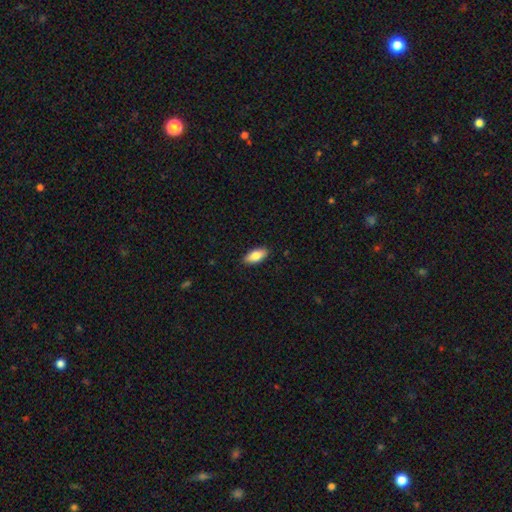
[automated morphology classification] A smooth galaxy with no disk features (83%) that is in between round and cigar-shaped (88%).

Vote fractions:
- Smooth or featured? smooth: 83% / featured or disk: 10% / star or artifact: 6%
- How rounded? in between: 88% / cigar-shaped: 10% / round: 2%
- Merging? none: 88% / minor disturbance: 9% / major disturbance: 2% / merger: 1%